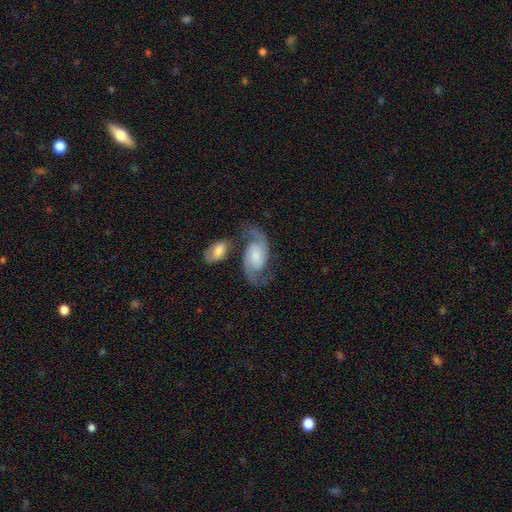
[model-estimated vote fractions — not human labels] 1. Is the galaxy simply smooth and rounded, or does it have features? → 86% featured or disk, 9% smooth, 5% star or artifact.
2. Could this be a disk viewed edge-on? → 97% no, 3% yes.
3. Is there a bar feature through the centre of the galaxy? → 55% no, 35% weak, 10% strong.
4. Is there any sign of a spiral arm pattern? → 97% yes, 3% no.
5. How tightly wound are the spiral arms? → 52% medium, 30% loose, 17% tight.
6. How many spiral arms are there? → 93% 2, 2% can't tell, 1% 1, 1% 3, 1% 4, 1% more than 4.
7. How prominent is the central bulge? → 43% small, 31% moderate, 12% none, 11% large, 3% dominant.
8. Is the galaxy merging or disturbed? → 56% none, 20% merger, 15% minor disturbance, 8% major disturbance.